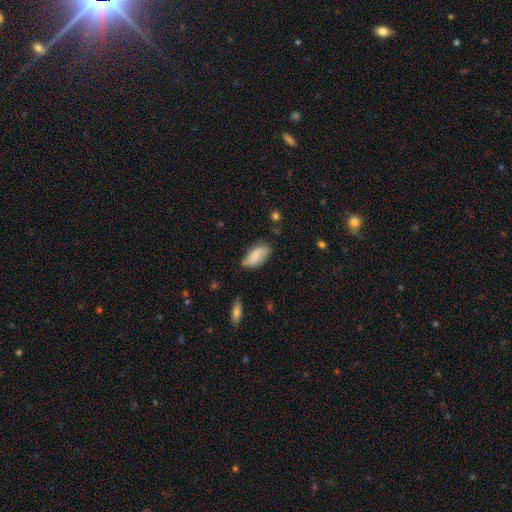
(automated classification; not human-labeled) Smooth or featured: smooth — 78% (featured or disk — 15%)
How rounded: in between — 90% (cigar-shaped — 8%)
Merging: none — 65% (minor disturbance — 27%)